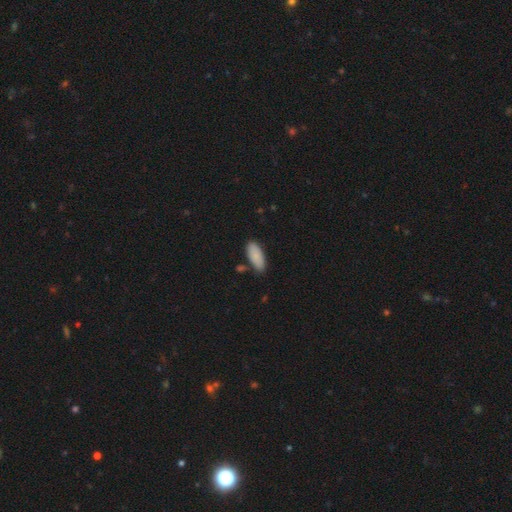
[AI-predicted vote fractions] Smooth or featured? Predicted: smooth (p=0.87). How rounded? Predicted: in between (p=0.82). Merging? Predicted: none (p=0.77).